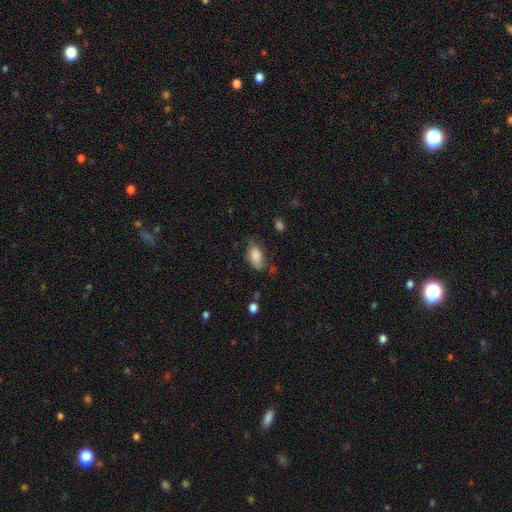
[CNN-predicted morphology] Overall: smooth (80%). How rounded: in between (89%). Merging: none (57%; minor disturbance 30%).